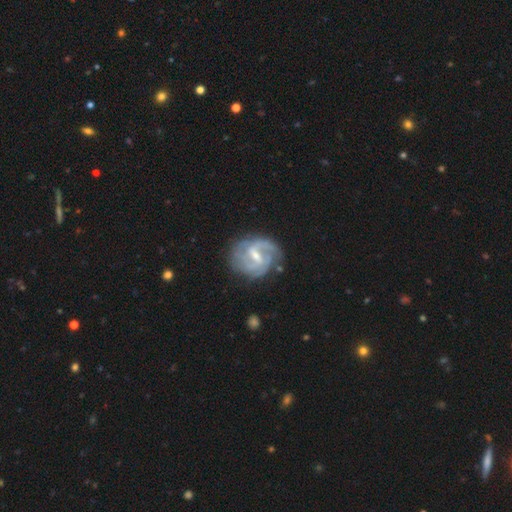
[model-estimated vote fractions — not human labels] smooth-or-featured: featured or disk: 86% | smooth: 9% | star or artifact: 5%
  disk-edge-on: no: 98% | yes: 2%
    bar: weak: 55% | strong: 35% | no: 10%
    has-spiral-arms: yes: 94% | no: 6%
      spiral-winding: medium: 44% | tight: 40% | loose: 16%
      spiral-arm-count: 2: 52% | can't tell: 19% | 3: 16% | 1: 5% | 4: 4% | more than 4: 3%
    bulge-size: small: 48% | moderate: 43% | none: 6% | large: 2% | dominant: 1%
  merging: none: 68% | minor disturbance: 20% | major disturbance: 10% | merger: 2%